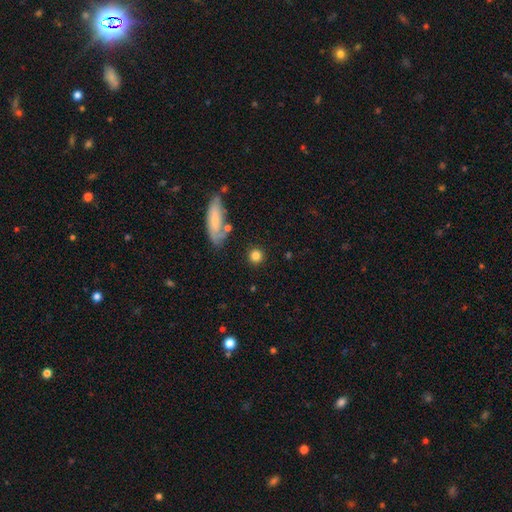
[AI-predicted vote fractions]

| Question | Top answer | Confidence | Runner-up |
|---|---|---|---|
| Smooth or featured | smooth | 81% | star or artifact (10%) |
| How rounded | round | 91% | in between (7%) |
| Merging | none | 84% | minor disturbance (8%) |